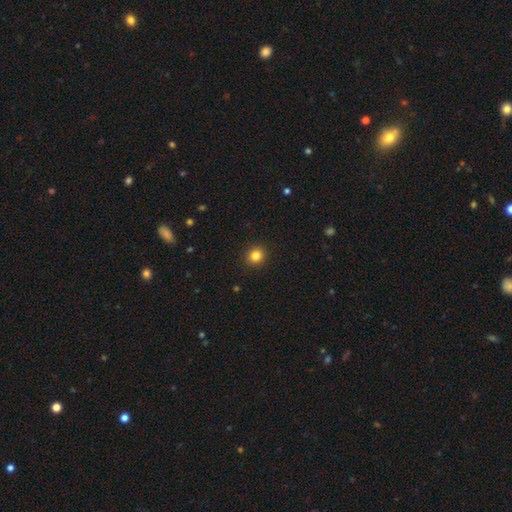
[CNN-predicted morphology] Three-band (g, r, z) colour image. It shows a smooth galaxy with no disk features (84%) that is round (87%). Merging: none (92%).